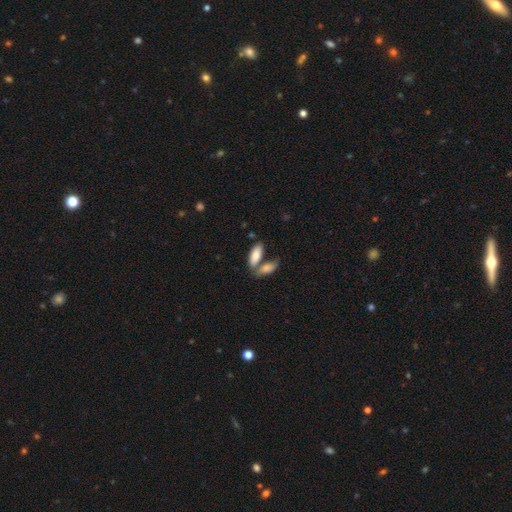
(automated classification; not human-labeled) This appears to be a smooth galaxy with no disk features (84%) that is in between round and cigar-shaped (84%). Merging: merger (47%).